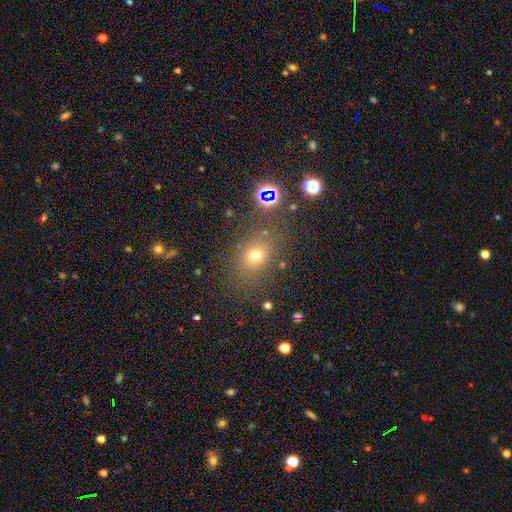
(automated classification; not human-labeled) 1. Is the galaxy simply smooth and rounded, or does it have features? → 65% smooth, 24% star or artifact, 11% featured or disk.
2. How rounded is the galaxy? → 53% round, 45% in between, 2% cigar-shaped.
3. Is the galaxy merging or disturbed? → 77% none, 12% minor disturbance, 6% major disturbance, 5% merger.